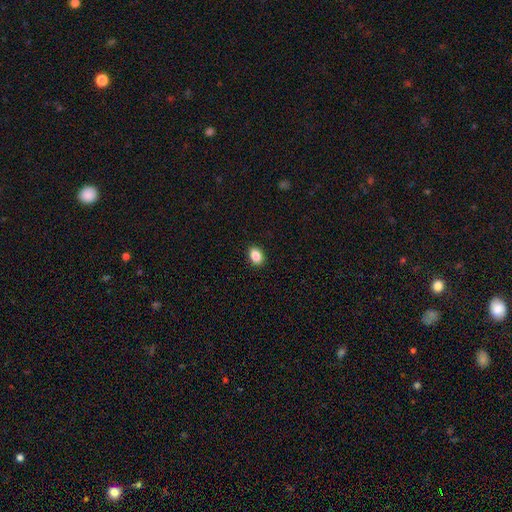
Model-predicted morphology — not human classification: This is clearly a smooth galaxy (88%). How rounded: likely in between (75%). Merging: clearly none (91%).